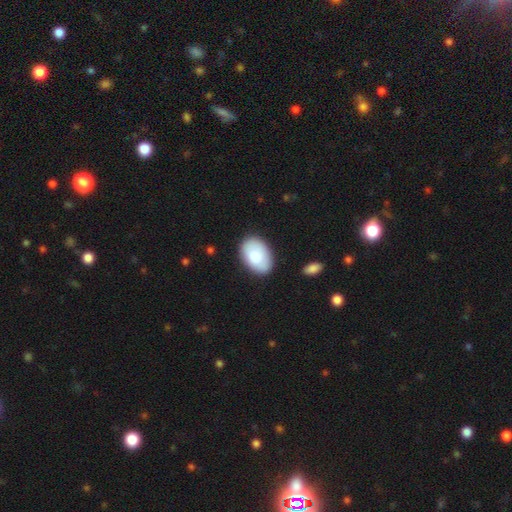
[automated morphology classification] Smooth or featured: smooth — 84% (featured or disk — 11%)
How rounded: in between — 91% (round — 8%)
Merging: none — 83% (minor disturbance — 12%)